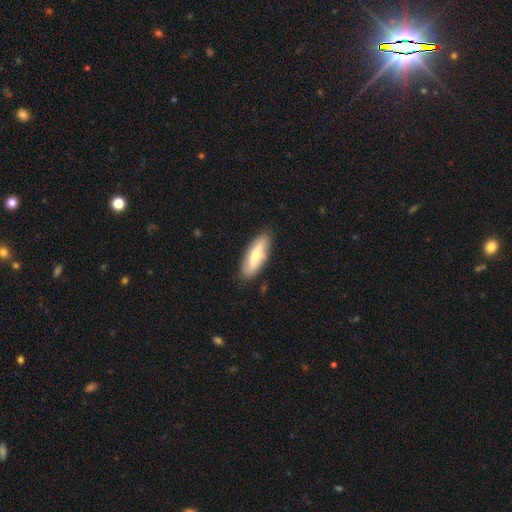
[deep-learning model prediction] Smooth or featured? Predicted: smooth (p=0.61). How rounded? Predicted: in between (p=0.60). Merging? Predicted: none (p=0.84).